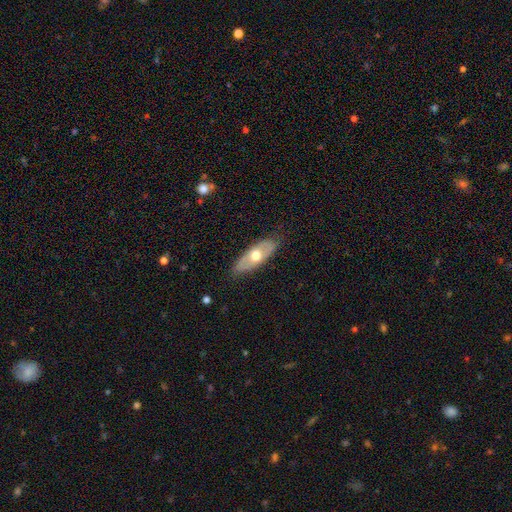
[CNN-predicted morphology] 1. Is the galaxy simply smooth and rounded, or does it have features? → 50% featured or disk, 44% smooth, 6% star or artifact.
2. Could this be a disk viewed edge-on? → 67% no, 33% yes.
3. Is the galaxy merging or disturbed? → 83% none, 13% minor disturbance, 3% major disturbance, 1% merger.